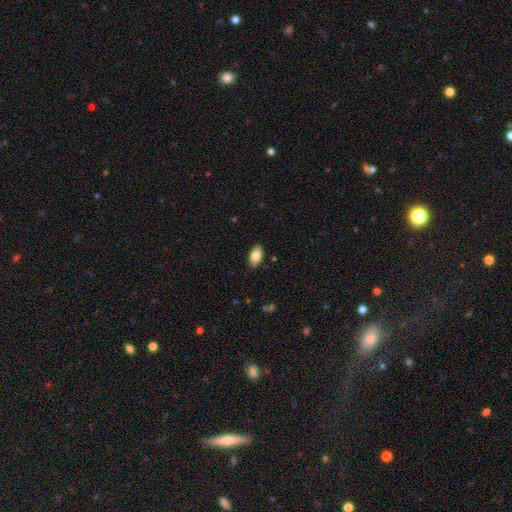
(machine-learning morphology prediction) This is clearly a smooth galaxy (82%). How rounded: clearly in between (93%). Merging: clearly none (88%).